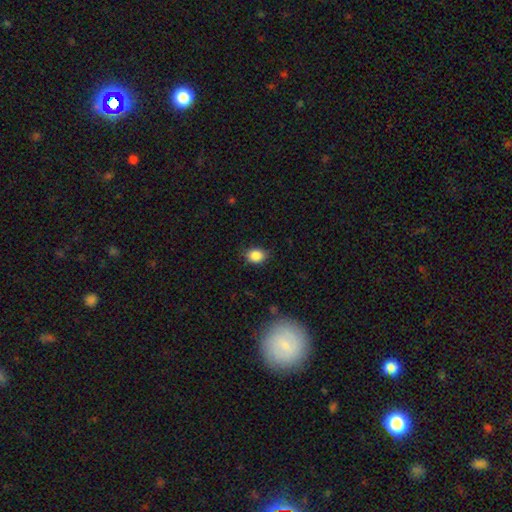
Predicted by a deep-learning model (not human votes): smooth 86%, star or artifact 9%, featured or disk 5%. Down the decision tree: how rounded — in between (51%); merging — none (80%).